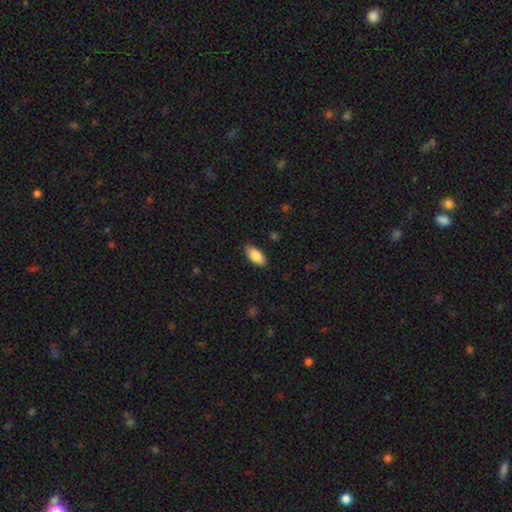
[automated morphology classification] A smooth galaxy with no disk features (85%) that is in between round and cigar-shaped (89%). Merging: none (87%).